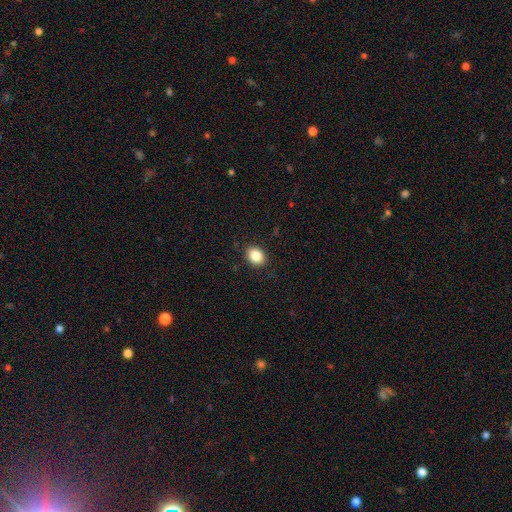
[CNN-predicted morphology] type=smooth (86%); roundness=in between (58%); merging=none (89%).